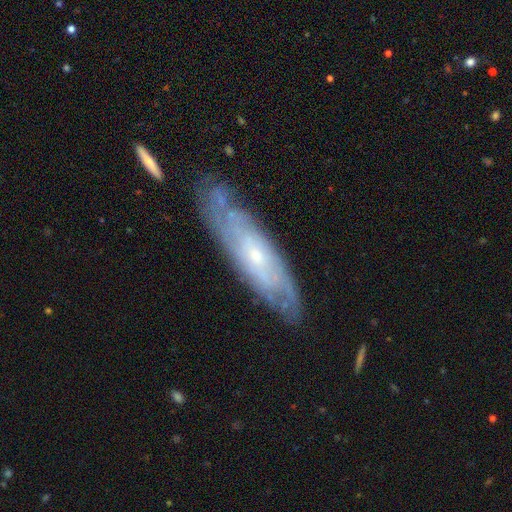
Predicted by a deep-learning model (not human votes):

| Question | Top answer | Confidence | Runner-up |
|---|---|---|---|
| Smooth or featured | featured or disk | 74% | smooth (19%) |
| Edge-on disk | no | 77% | yes (23%) |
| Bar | no | 74% | weak (22%) |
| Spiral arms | yes | 84% | no (16%) |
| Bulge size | small | 76% | moderate (20%) |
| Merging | none | 74% | minor disturbance (18%) |